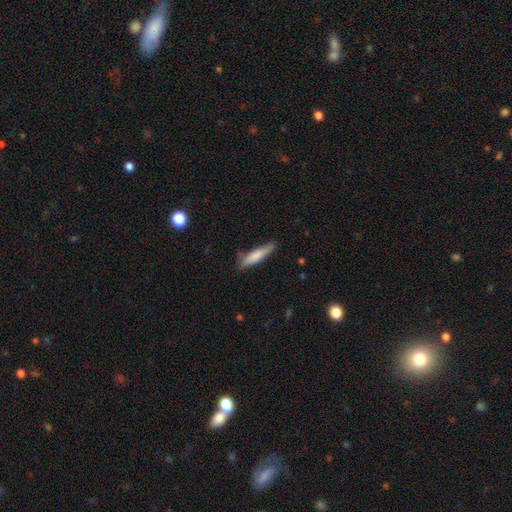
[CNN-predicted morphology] smooth 79%, featured or disk 15%, star or artifact 6%. Down the decision tree: how rounded — cigar-shaped (82%); merging — none (75%).